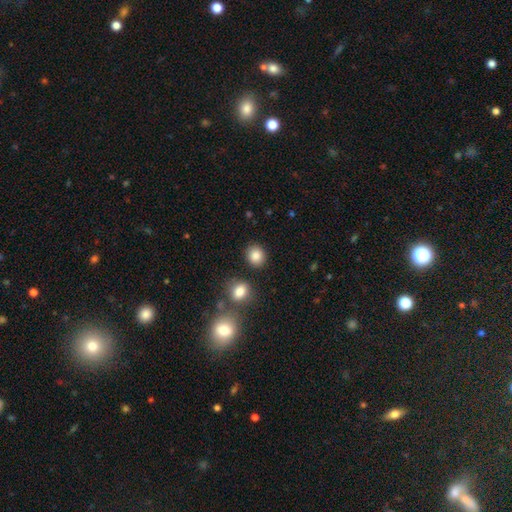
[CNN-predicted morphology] smooth_or_featured: smooth (p=0.86) [alt: star or artifact p=0.09]
how_rounded: round (p=0.77) [alt: in between p=0.22]
merging: none (p=0.85) [alt: minor disturbance p=0.08]